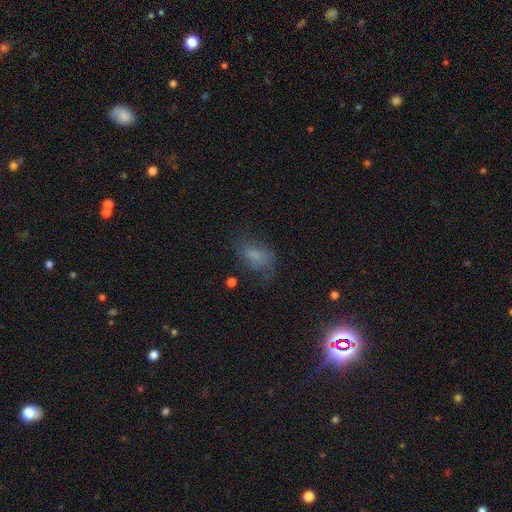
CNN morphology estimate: smooth-or-featured: smooth: 62% | featured or disk: 21% | star or artifact: 17%
  how-rounded: in between: 84% | round: 11% | cigar-shaped: 4%
  merging: none: 50% | minor disturbance: 25% | major disturbance: 22% | merger: 3%